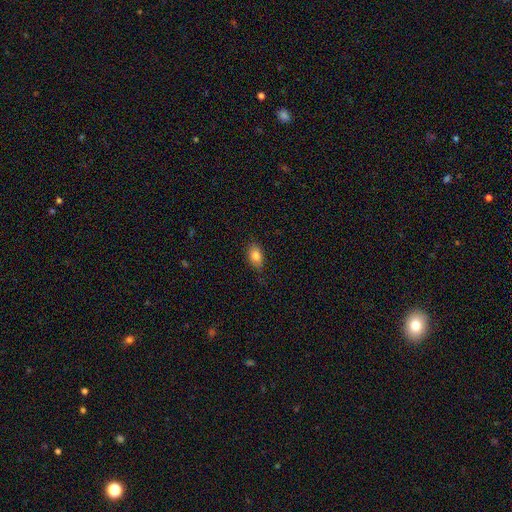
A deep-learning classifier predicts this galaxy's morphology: type=smooth (82%); roundness=in between (84%); merging=none (74%).